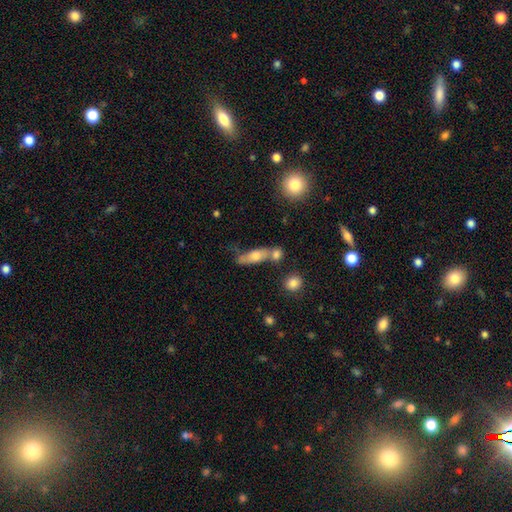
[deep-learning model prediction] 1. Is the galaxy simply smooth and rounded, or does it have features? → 56% smooth, 33% featured or disk, 10% star or artifact.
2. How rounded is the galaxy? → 49% in between, 44% cigar-shaped, 7% round.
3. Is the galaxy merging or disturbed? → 45% none, 29% merger, 18% minor disturbance, 9% major disturbance.